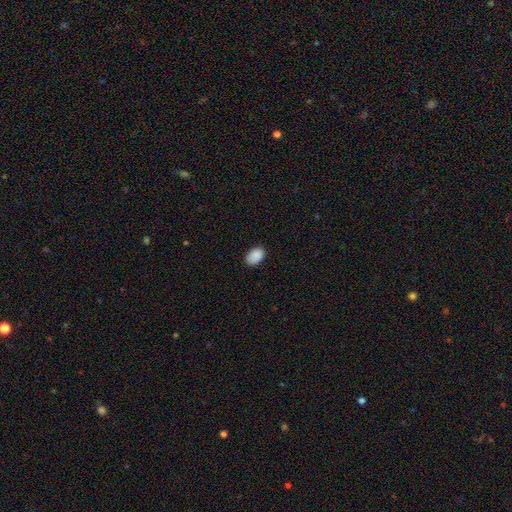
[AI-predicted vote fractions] smooth_or_featured: smooth (p=0.88) [alt: star or artifact p=0.08]
how_rounded: in between (p=0.86) [alt: round p=0.13]
merging: none (p=0.81) [alt: minor disturbance p=0.15]